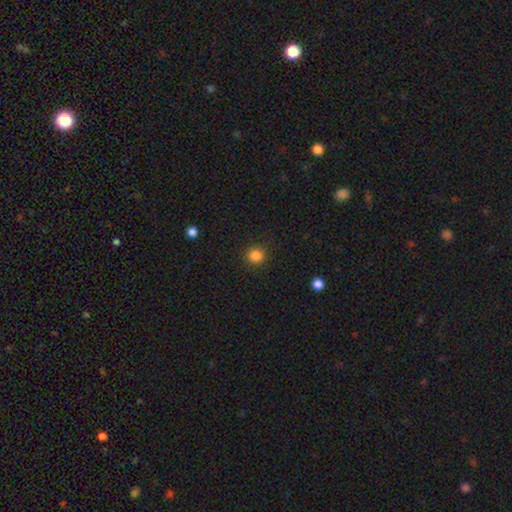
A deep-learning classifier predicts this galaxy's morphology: smooth-or-featured: smooth: 84% | star or artifact: 12% | featured or disk: 4%
  how-rounded: round: 90% | in between: 9% | cigar-shaped: 1%
  merging: none: 89% | minor disturbance: 7% | major disturbance: 2% | merger: 1%